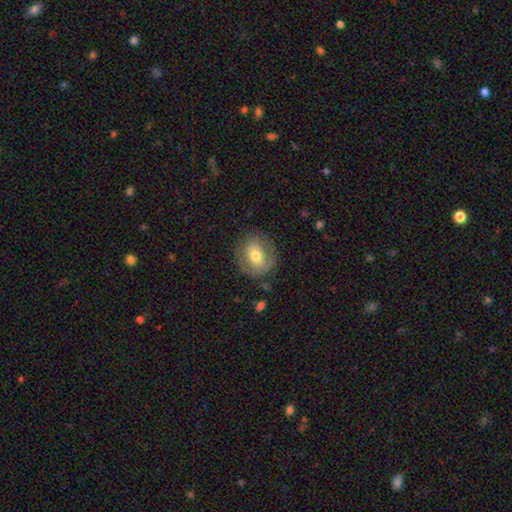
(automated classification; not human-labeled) Smooth or featured? Predicted: smooth (p=0.55). How rounded? Predicted: round (p=0.72). Merging? Predicted: none (p=0.72).